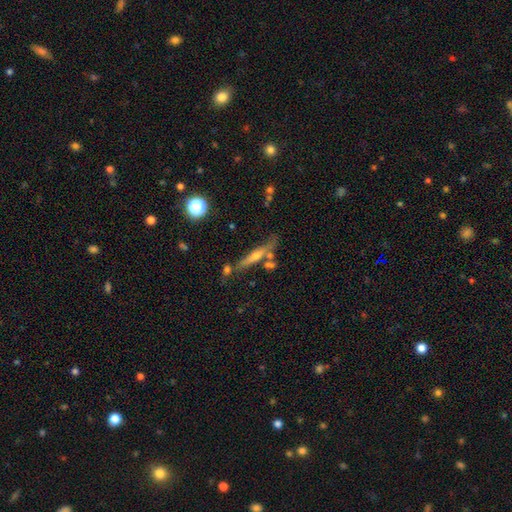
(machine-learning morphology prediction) smooth_or_featured: featured or disk (p=0.64) [alt: smooth p=0.25]
disk_edge_on: yes (p=0.92) [alt: no p=0.08]
edge_on_bulge: rounded (p=0.74) [alt: none p=0.19]
merging: none (p=0.69) [alt: minor disturbance p=0.14]